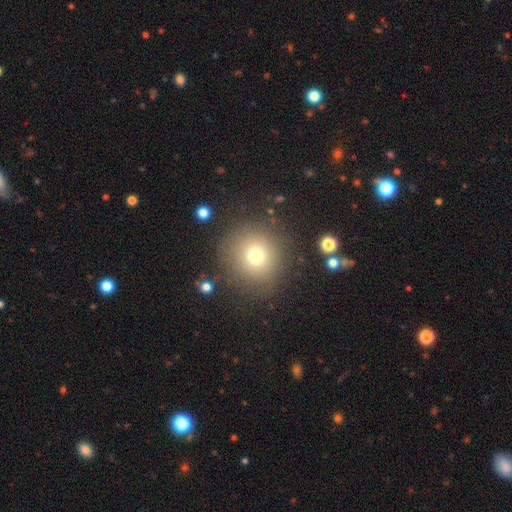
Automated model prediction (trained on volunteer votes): A smooth galaxy with no disk features (73%) that is round (94%). Merging: none (85%).